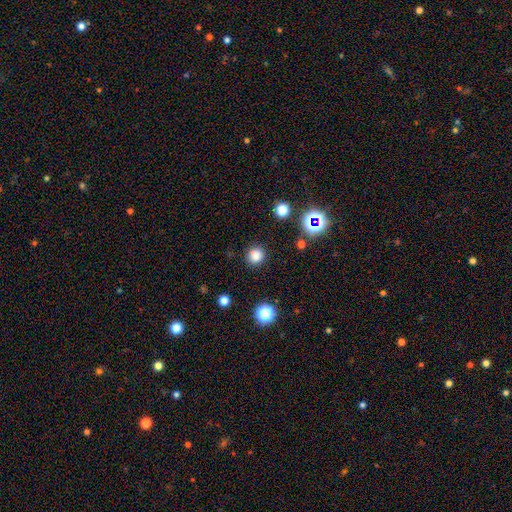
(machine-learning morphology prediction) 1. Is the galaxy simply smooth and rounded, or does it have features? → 80% smooth, 15% star or artifact, 4% featured or disk.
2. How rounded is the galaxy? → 90% round, 9% in between, 1% cigar-shaped.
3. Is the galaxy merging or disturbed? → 87% none, 8% minor disturbance, 3% major disturbance, 2% merger.